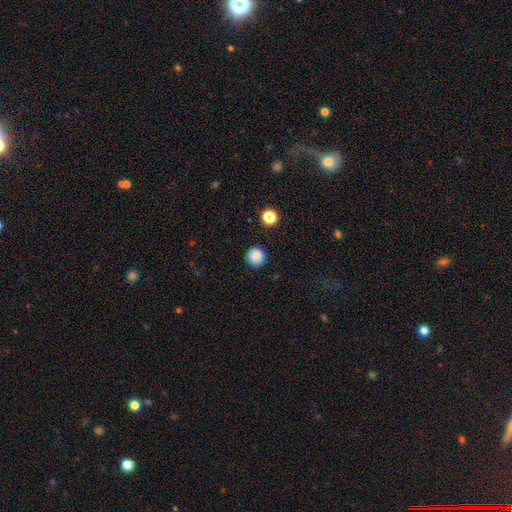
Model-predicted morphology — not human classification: The model was most divided on "smooth or featured": smooth: 85%, star or artifact: 10%, featured or disk: 4%. More confident: how rounded — round (94%); merging — none (90%).